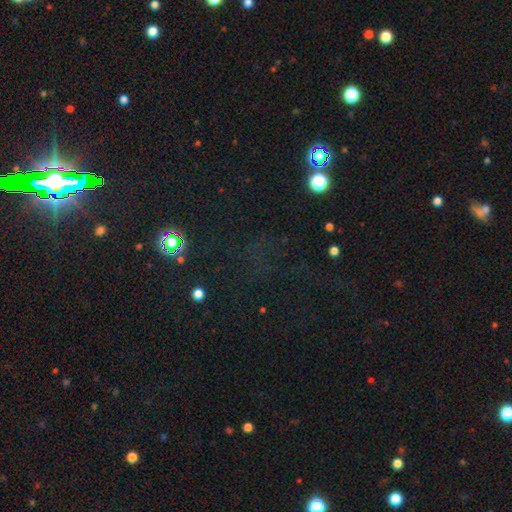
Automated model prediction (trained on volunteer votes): Smooth or featured? Predicted: star or artifact (p=0.69).